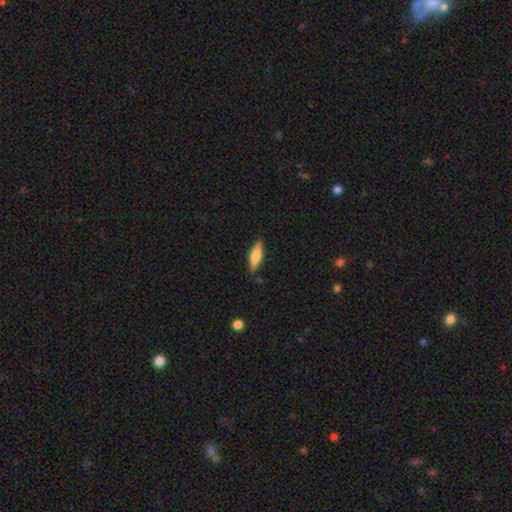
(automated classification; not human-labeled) Morphology: type=smooth (56%); roundness=cigar-shaped (53%); merging=none (84%).